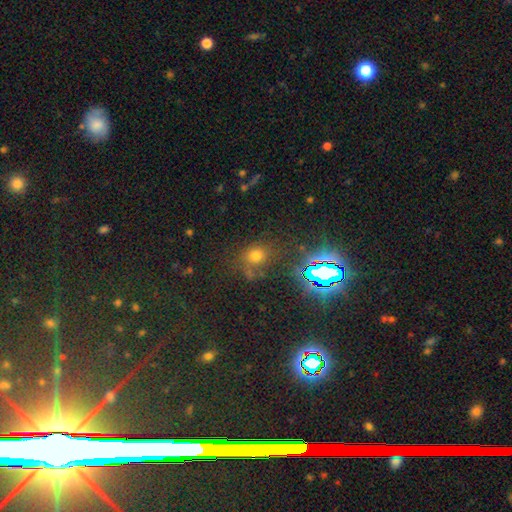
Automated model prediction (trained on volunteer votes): smooth-or-featured: smooth: 60% | star or artifact: 32% | featured or disk: 8%
  how-rounded: round: 72% | in between: 26% | cigar-shaped: 2%
  merging: none: 70% | minor disturbance: 14% | merger: 9% | major disturbance: 7%